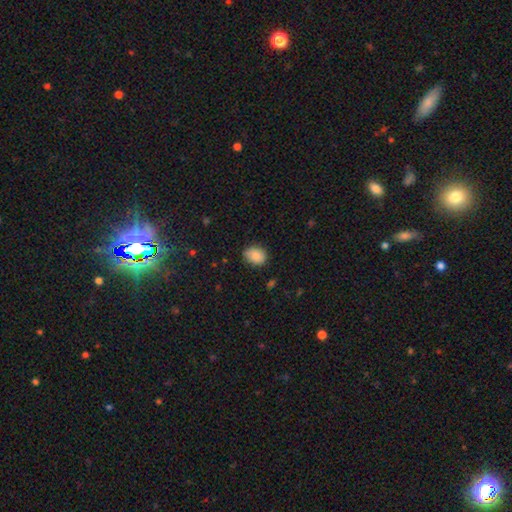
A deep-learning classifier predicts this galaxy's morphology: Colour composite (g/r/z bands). It shows a smooth galaxy with no disk features (87%) that is in between round and cigar-shaped (58%). Merging: none (76%).